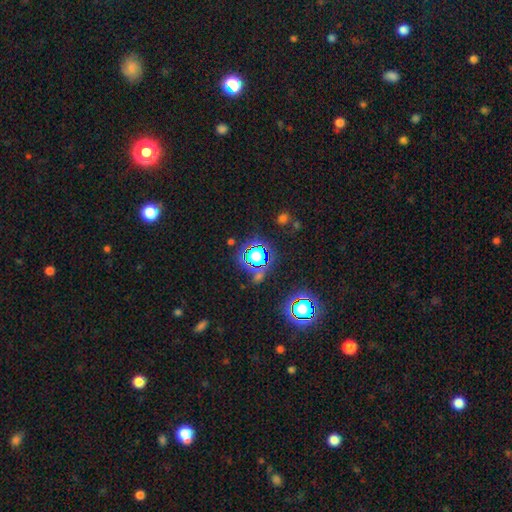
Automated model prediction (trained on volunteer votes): A star or artifact, not a galaxy (62%).

Vote fractions:
- Smooth or featured? star or artifact: 62% / smooth: 28% / featured or disk: 11%